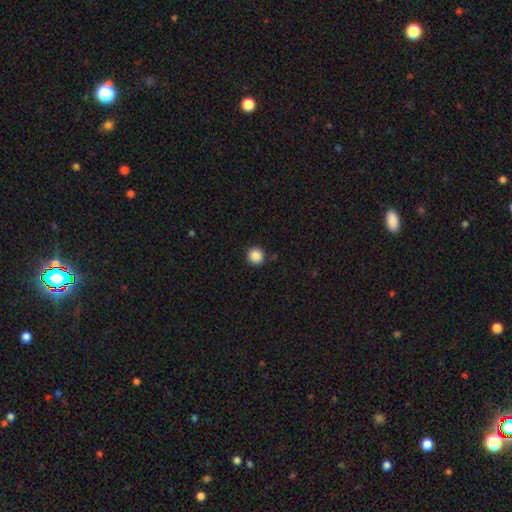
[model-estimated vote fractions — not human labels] This appears to be a smooth galaxy with no disk features (87%) that is round (95%). Merging: none (89%).